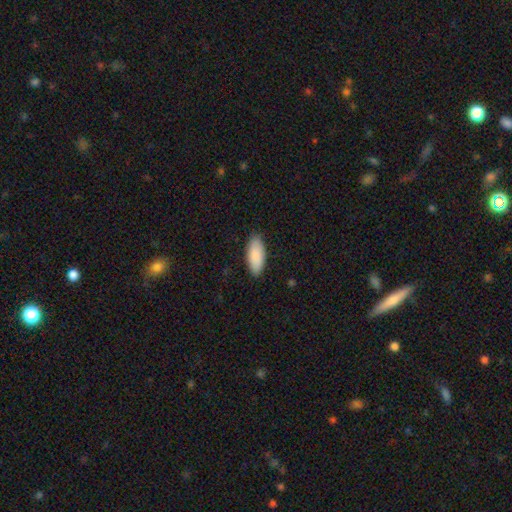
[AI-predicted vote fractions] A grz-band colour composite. It shows a smooth galaxy with no disk features (89%) that is in between round and cigar-shaped (85%). Merging: none (87%).